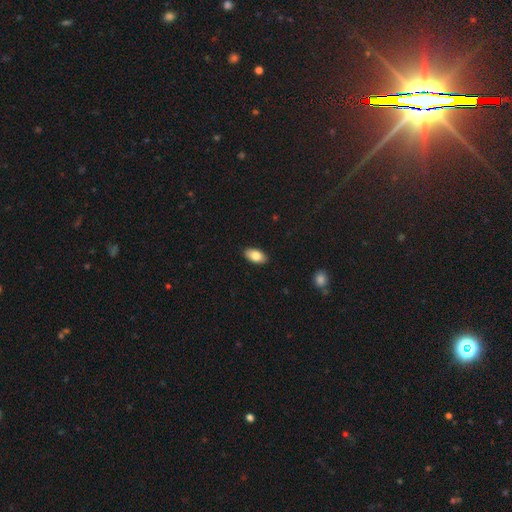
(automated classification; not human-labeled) smooth_or_featured: smooth (p=0.81) [alt: featured or disk p=0.12]
how_rounded: in between (p=0.93) [alt: round p=0.04]
merging: none (p=0.90) [alt: minor disturbance p=0.08]